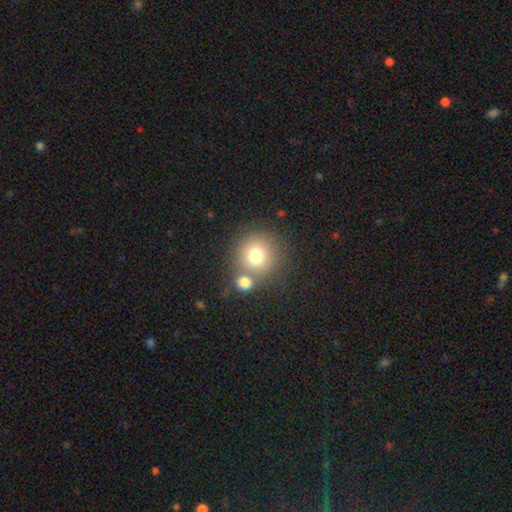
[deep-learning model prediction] This is likely a smooth galaxy (75%). How rounded: clearly round (93%). Merging: likely none (66%).